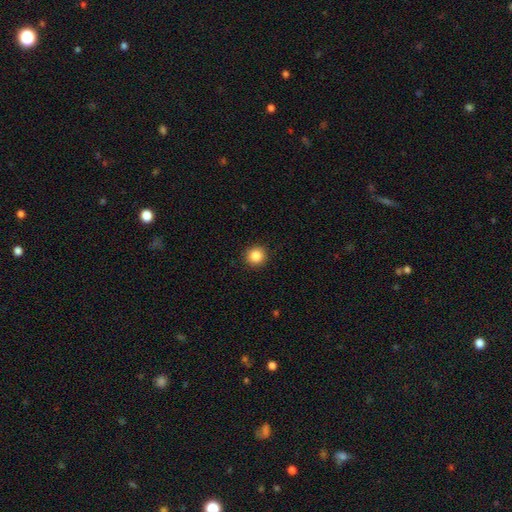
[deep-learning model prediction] Smooth or featured? smooth (87%)
How rounded? round (93%)
Merging? none (92%)